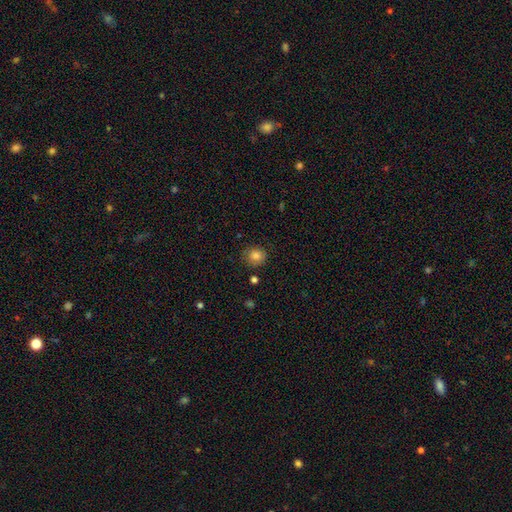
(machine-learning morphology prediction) Overall: smooth (83%). How rounded: round (87%). Merging: none (83%).